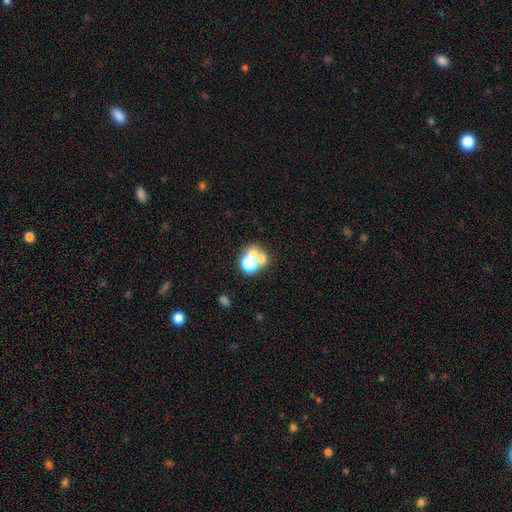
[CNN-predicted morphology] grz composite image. It shows a smooth galaxy with no disk features (55%) that is round (62%). Merging: merger (54%).